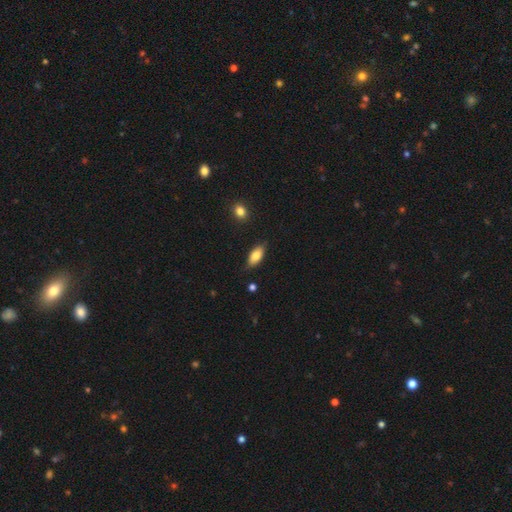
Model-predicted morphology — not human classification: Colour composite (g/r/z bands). It shows a smooth galaxy with no disk features (81%) that is in between round and cigar-shaped (87%). Merging: none (82%).